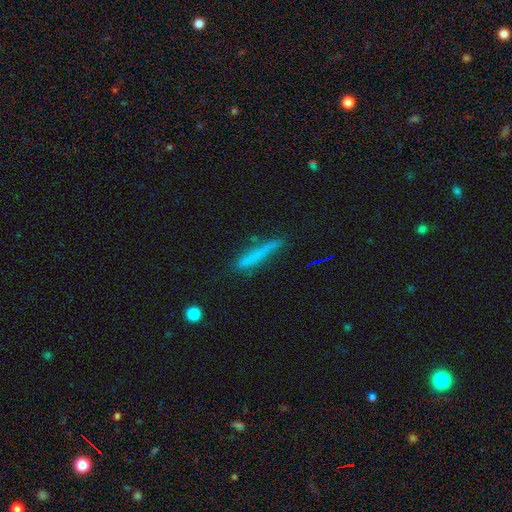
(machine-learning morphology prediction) Smooth or featured? smooth (63%)
How rounded? cigar-shaped (93%)
Merging? none (71%)